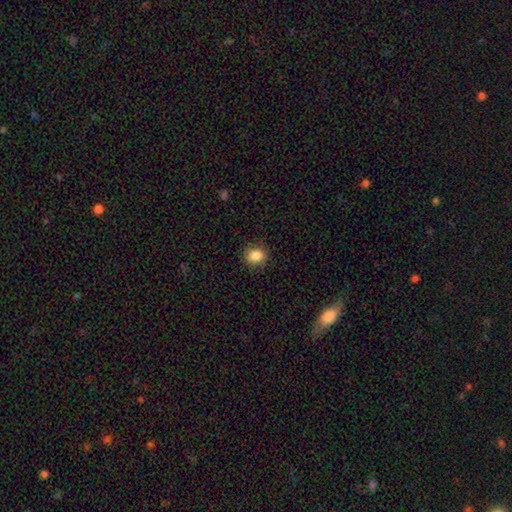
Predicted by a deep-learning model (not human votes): Smooth or featured: smooth — 86% (star or artifact — 10%)
How rounded: round — 75% (in between — 24%)
Merging: none — 88% (minor disturbance — 9%)